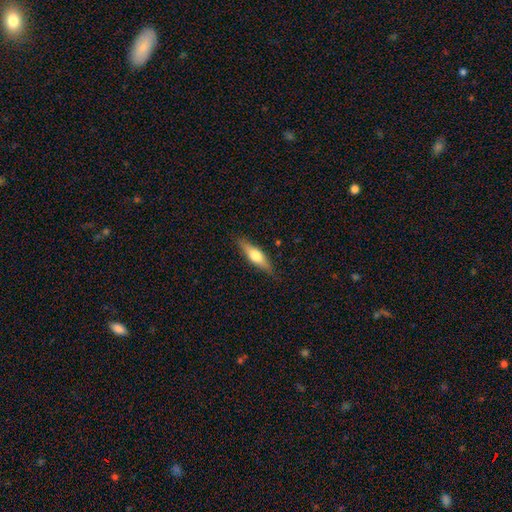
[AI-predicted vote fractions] smooth-or-featured: smooth: 50% | featured or disk: 44% | star or artifact: 6%
  how-rounded: cigar-shaped: 62% | in between: 36% | round: 2%
  merging: none: 85% | minor disturbance: 11% | major disturbance: 2% | merger: 1%